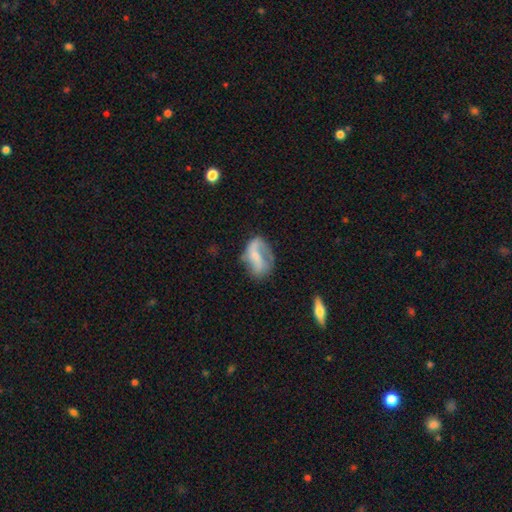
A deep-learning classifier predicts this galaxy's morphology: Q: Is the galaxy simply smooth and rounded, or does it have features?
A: featured or disk — 55%.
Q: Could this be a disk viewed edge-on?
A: no — 96%.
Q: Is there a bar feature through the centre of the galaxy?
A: no — 42%.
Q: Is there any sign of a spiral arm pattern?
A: yes — 69%.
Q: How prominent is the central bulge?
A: small — 39%.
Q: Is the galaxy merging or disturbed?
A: none — 42%.